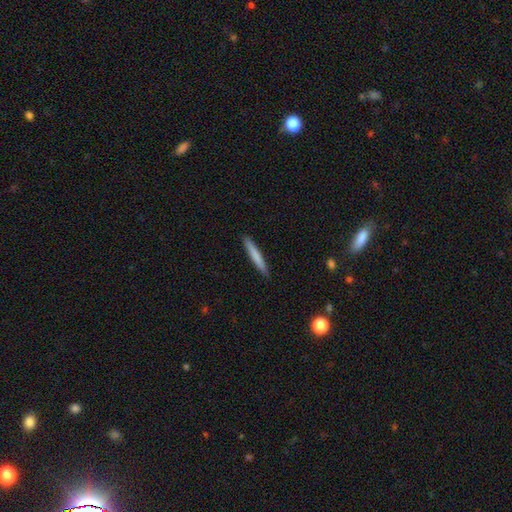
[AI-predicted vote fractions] Morphology: type=smooth (75%); roundness=cigar-shaped (96%); merging=none (91%).